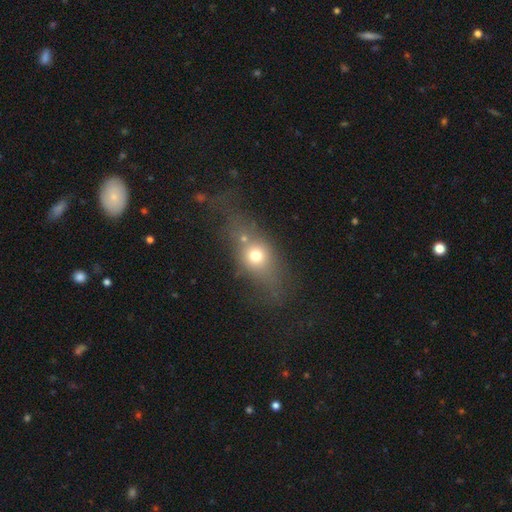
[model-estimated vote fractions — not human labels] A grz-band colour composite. It shows a smooth galaxy with no disk features (63%) that is in between round and cigar-shaped (50%). Merging: none (47%).